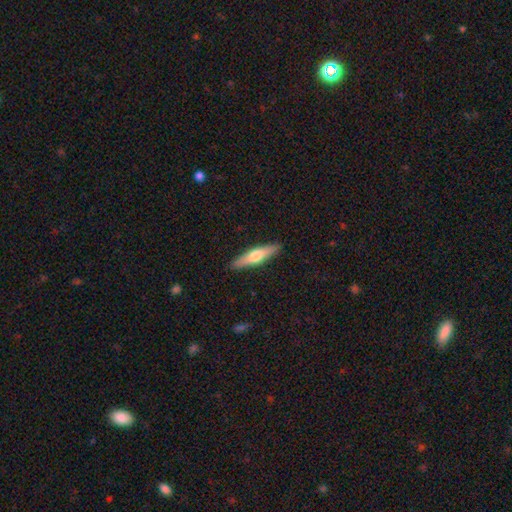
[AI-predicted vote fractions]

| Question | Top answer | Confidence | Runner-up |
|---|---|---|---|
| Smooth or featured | smooth | 51% | featured or disk (44%) |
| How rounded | cigar-shaped | 79% | in between (19%) |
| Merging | none | 90% | minor disturbance (7%) |